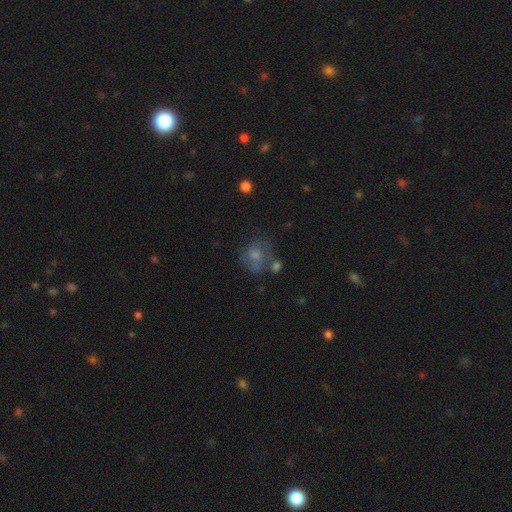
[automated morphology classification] Overall: smooth (49%; featured or disk 39%). Merging: none (50%; minor disturbance 22%).